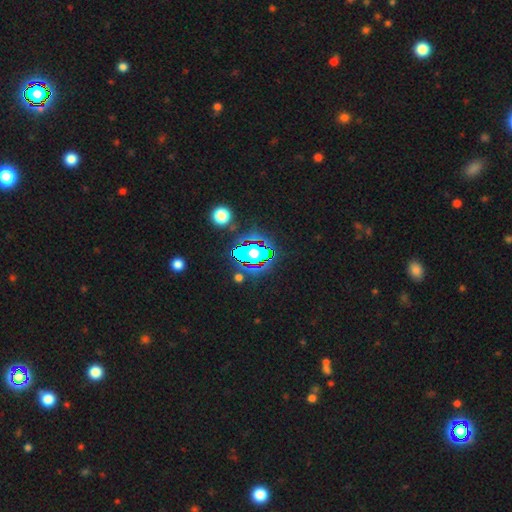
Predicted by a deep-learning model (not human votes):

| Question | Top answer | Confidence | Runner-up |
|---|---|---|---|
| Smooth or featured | star or artifact | 70% | smooth (18%) |